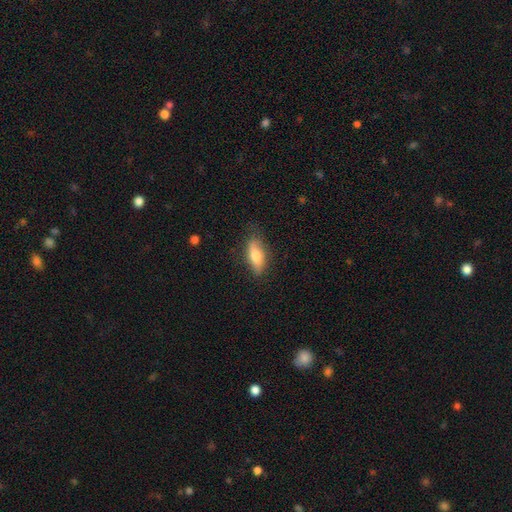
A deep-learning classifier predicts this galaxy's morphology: Overall: smooth (70%). How rounded: in between (73%). Merging: none (75%).